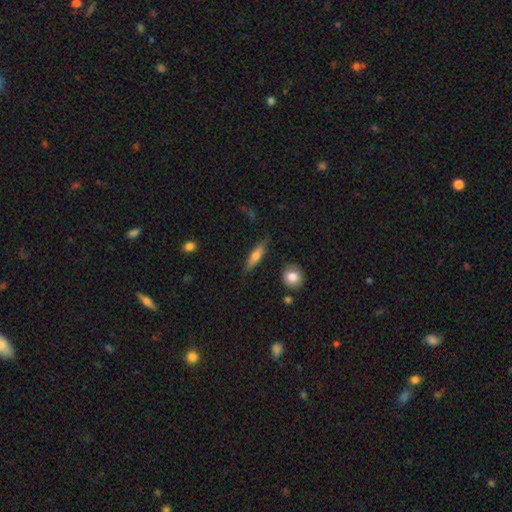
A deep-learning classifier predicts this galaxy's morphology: Smooth or featured?
  - smooth: 53% *
  - featured or disk: 40%
  - star or artifact: 7%
How rounded?
  - cigar-shaped: 67% *
  - in between: 30%
  - round: 3%
Merging?
  - none: 81% *
  - minor disturbance: 14%
  - major disturbance: 3%
  - merger: 2%